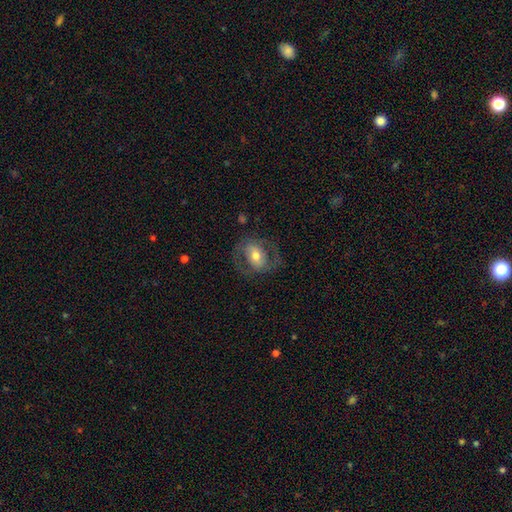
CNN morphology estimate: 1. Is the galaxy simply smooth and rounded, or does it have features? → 59% featured or disk, 34% smooth, 7% star or artifact.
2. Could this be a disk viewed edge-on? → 95% no, 5% yes.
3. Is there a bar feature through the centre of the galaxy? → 36% no, 35% weak, 28% strong.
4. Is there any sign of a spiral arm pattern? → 60% yes, 40% no.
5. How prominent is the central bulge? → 65% moderate, 22% small, 11% large, 1% dominant, 1% none.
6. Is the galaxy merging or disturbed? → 70% none, 15% minor disturbance, 14% major disturbance, 1% merger.